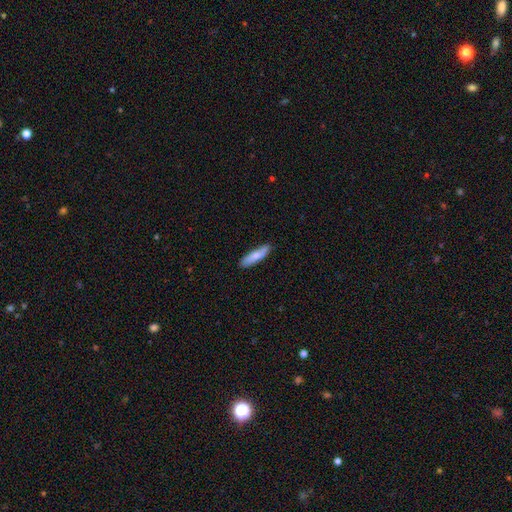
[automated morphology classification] Smooth or featured? smooth (73%)
How rounded? cigar-shaped (70%)
Merging? none (84%)